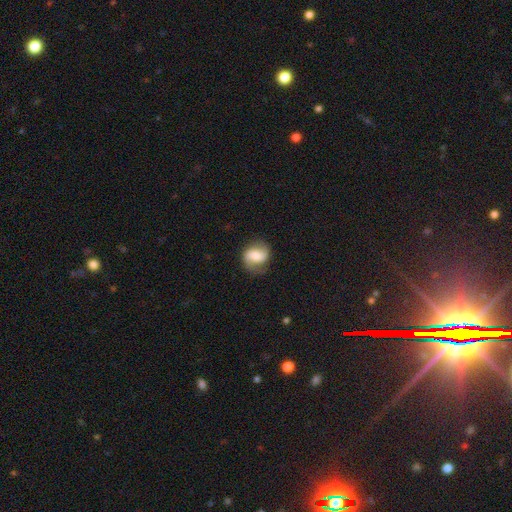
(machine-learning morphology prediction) A featured or disk galaxy (52%) with a weak bar (40%), spiral arms (89%) and a moderate central bulge (39%). Merging: none (74%).